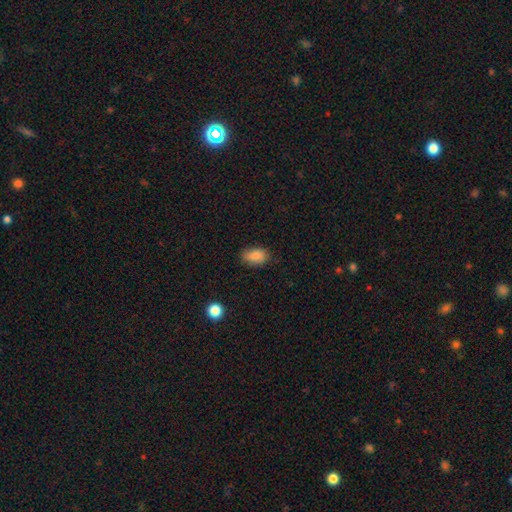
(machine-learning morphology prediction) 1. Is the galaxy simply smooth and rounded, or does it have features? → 86% smooth, 8% star or artifact, 5% featured or disk.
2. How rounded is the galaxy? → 89% in between, 9% round, 2% cigar-shaped.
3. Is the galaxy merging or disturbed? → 80% none, 16% minor disturbance, 3% major disturbance, 1% merger.